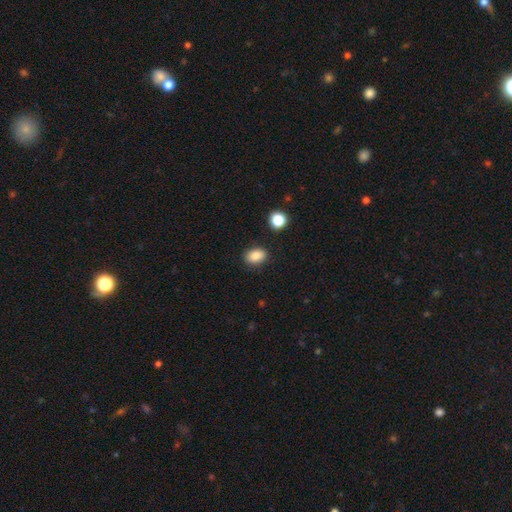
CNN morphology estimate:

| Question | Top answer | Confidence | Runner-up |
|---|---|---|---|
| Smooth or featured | smooth | 86% | star or artifact (9%) |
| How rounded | in between | 77% | round (21%) |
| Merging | none | 86% | minor disturbance (10%) |